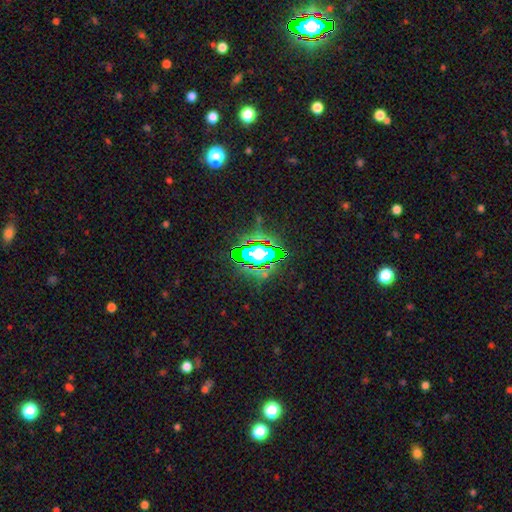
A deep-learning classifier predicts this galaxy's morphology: star or artifact 59%, smooth 24%, featured or disk 17%.